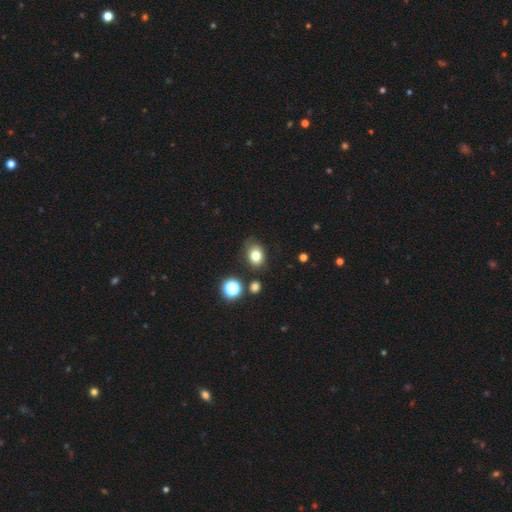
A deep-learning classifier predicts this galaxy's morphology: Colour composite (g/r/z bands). It shows a smooth galaxy with no disk features (77%) that is in between round and cigar-shaped (62%). Merging: none (73%).